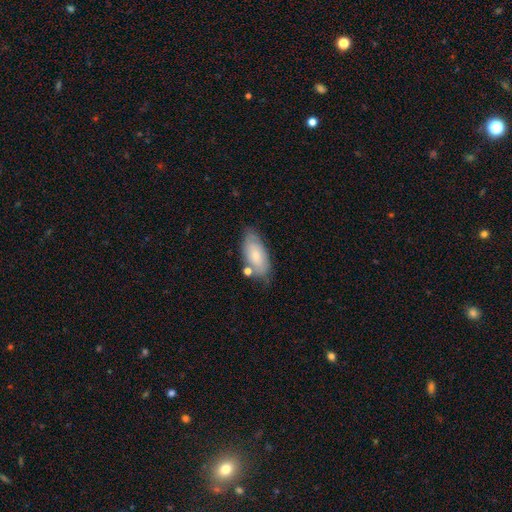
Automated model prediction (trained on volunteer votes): This appears to be a smooth galaxy with no disk features (68%) that is in between round and cigar-shaped (88%). Merging: none (66%).